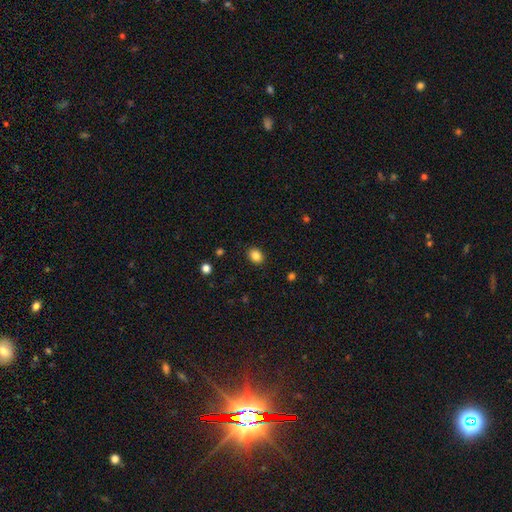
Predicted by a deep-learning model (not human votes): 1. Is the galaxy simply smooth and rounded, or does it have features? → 85% smooth, 10% star or artifact, 4% featured or disk.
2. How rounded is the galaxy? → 51% in between, 48% round, 1% cigar-shaped.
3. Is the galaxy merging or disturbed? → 89% none, 8% minor disturbance, 2% major disturbance, 1% merger.